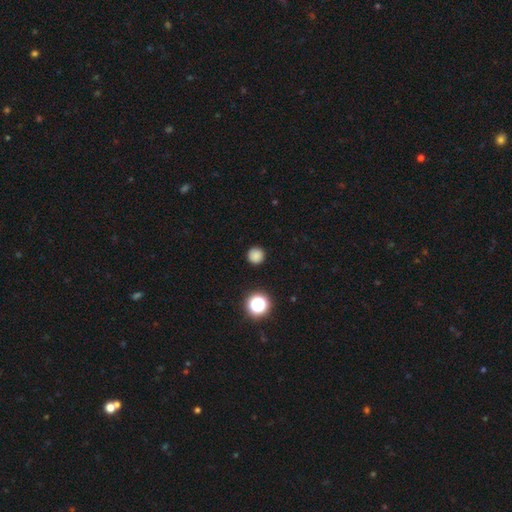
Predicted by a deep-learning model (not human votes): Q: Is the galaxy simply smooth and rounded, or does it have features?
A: smooth — 82%.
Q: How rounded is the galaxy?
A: round — 96%.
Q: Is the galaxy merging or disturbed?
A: none — 91%.